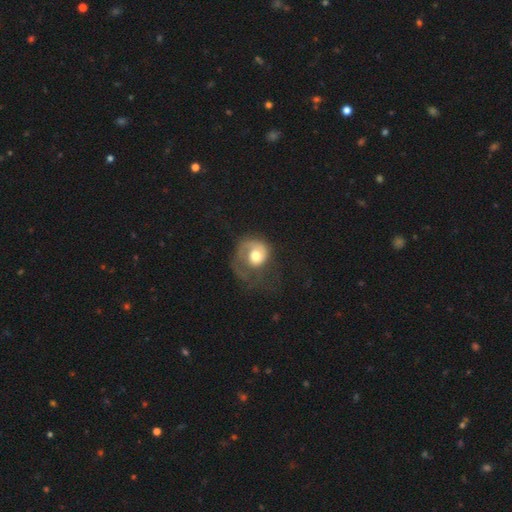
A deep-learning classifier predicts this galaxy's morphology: This appears to be a featured or disk galaxy (51%). Merging: major disturbance (49%).